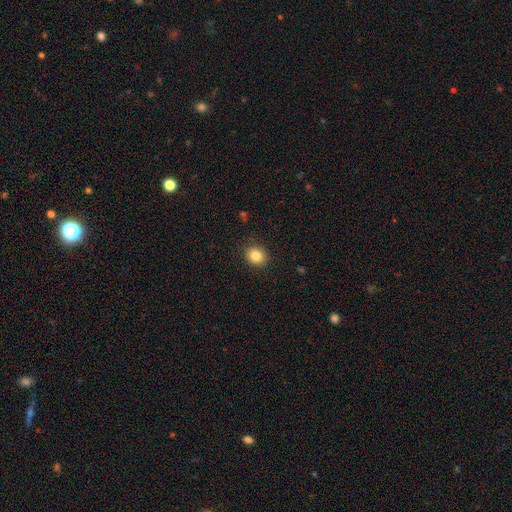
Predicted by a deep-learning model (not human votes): This is clearly a smooth galaxy (85%). How rounded: likely round (71%). Merging: clearly none (89%).